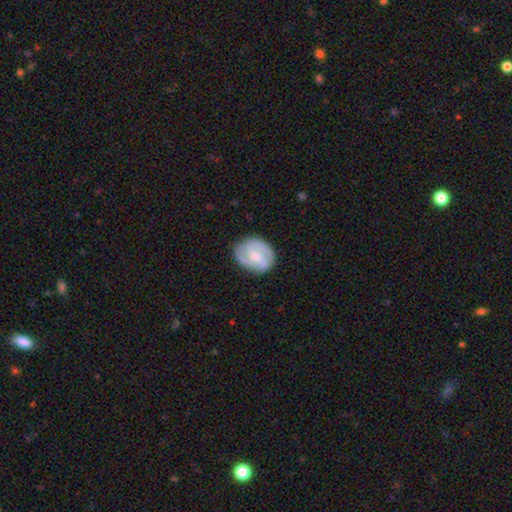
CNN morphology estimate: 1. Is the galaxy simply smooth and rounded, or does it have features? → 76% featured or disk, 19% smooth, 5% star or artifact.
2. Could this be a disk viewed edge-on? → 98% no, 2% yes.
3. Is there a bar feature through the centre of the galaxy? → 46% weak, 43% no, 11% strong.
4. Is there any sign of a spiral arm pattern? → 95% yes, 5% no.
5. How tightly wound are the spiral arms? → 49% medium, 36% tight, 15% loose.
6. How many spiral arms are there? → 45% 2, 34% 3, 11% can't tell, 4% 4, 3% 1, 3% more than 4.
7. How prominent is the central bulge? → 55% small, 36% moderate, 5% none, 2% large, 1% dominant.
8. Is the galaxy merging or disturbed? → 80% none, 15% minor disturbance, 4% major disturbance, 1% merger.